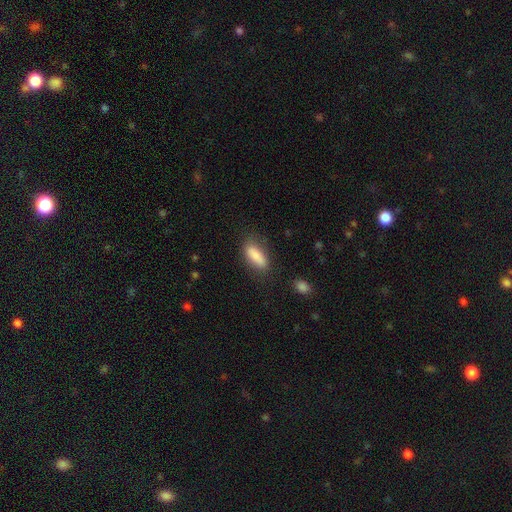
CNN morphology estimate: Q: Smooth or featured?
A: smooth (85%); runner-up: featured or disk (9%)
Q: How rounded?
A: in between (70%); runner-up: cigar-shaped (28%)
Q: Merging?
A: none (76%); runner-up: minor disturbance (17%)